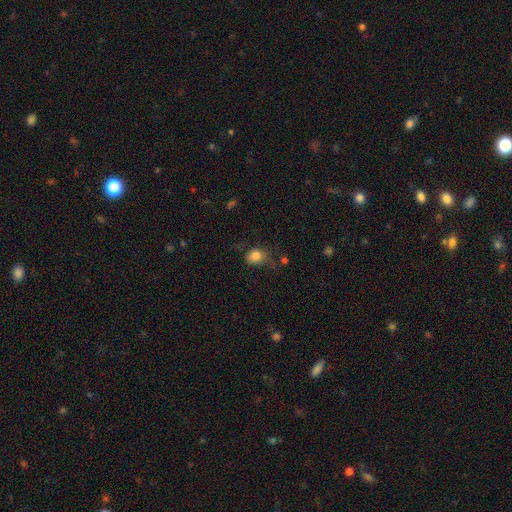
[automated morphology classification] smooth-or-featured: smooth: 80% | star or artifact: 11% | featured or disk: 9%
  how-rounded: round: 60% | in between: 38% | cigar-shaped: 1%
  merging: none: 49% | minor disturbance: 30% | major disturbance: 18% | merger: 3%